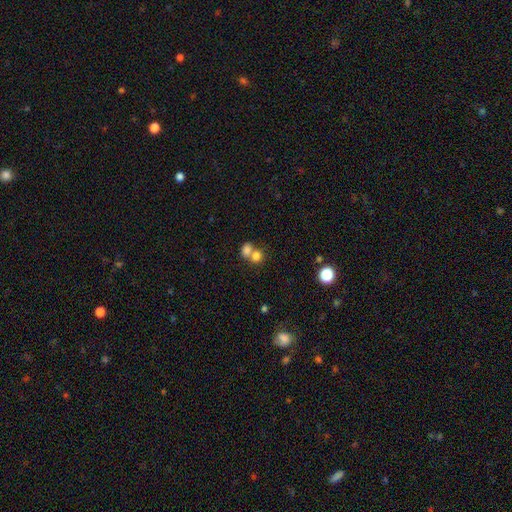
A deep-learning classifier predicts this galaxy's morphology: smooth 77%, featured or disk 12%, star or artifact 11%. Down the decision tree: how rounded — round (63%); merging — merger (60%).